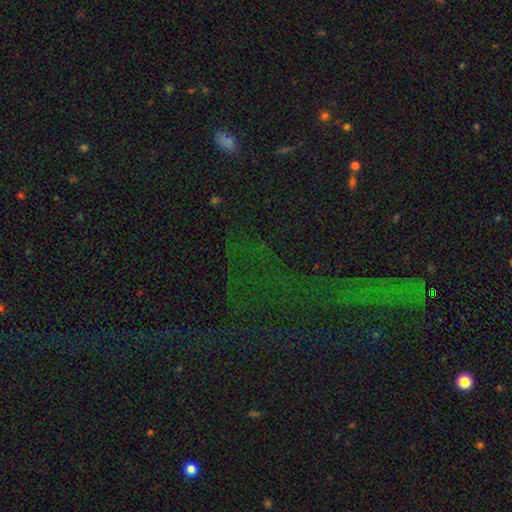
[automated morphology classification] Smooth or featured? Predicted: star or artifact (p=0.73).